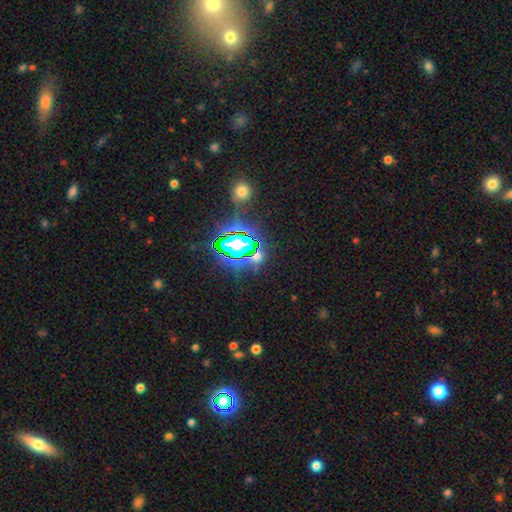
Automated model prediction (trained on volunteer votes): smooth-or-featured: star or artifact: 71% | smooth: 20% | featured or disk: 9%